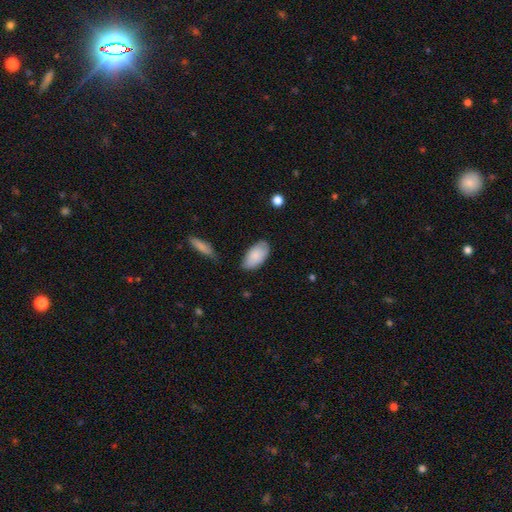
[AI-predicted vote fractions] smooth_or_featured: smooth (p=0.85) [alt: featured or disk p=0.09]
how_rounded: in between (p=0.95) [alt: cigar-shaped p=0.03]
merging: none (p=0.75) [alt: minor disturbance p=0.19]